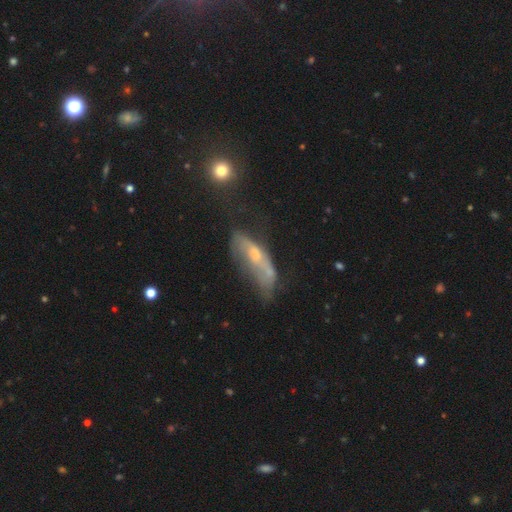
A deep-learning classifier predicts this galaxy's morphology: This appears to be a featured or disk galaxy (54%). Merging: major disturbance (33%).